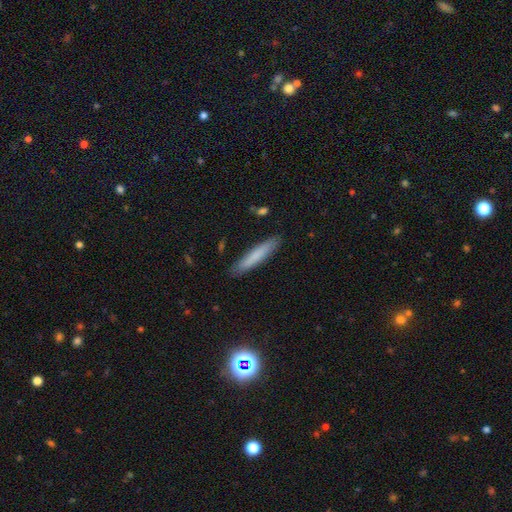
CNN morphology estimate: The model was most divided on "smooth or featured": smooth: 76%, featured or disk: 17%, star or artifact: 7%. More confident: how rounded — cigar-shaped (91%); merging — none (88%).